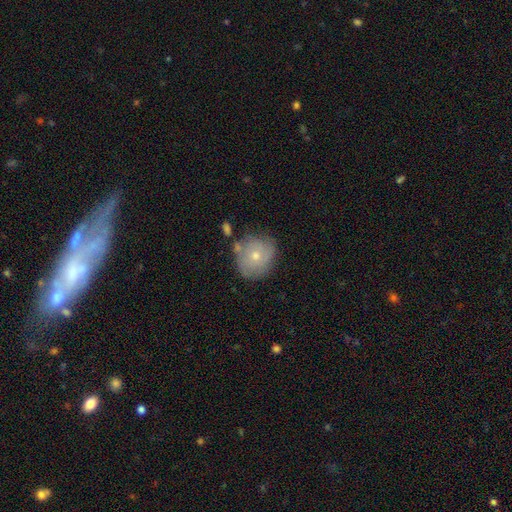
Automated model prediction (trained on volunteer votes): A smooth galaxy with no disk features (62%) that is round (82%). Merging: none (62%).